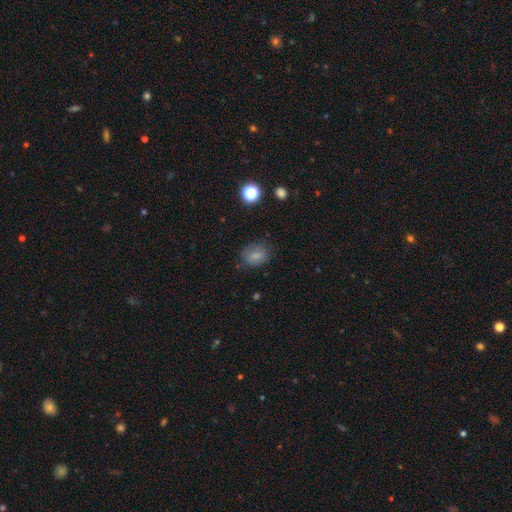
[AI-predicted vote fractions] A smooth galaxy with no disk features (78%) that is in between round and cigar-shaped (63%). Merging: none (73%).